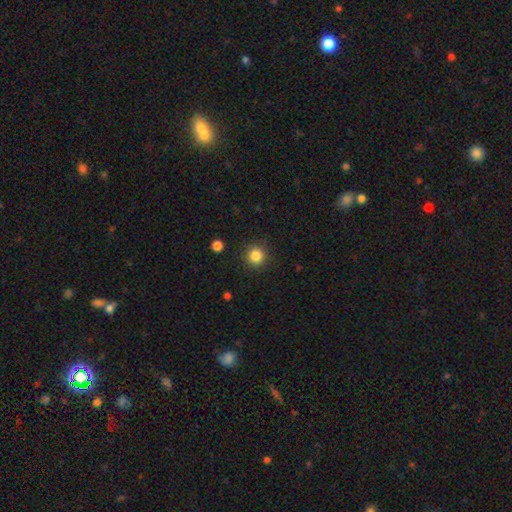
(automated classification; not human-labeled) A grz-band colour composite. It shows a smooth galaxy with no disk features (84%) that is round (94%). Merging: none (90%).